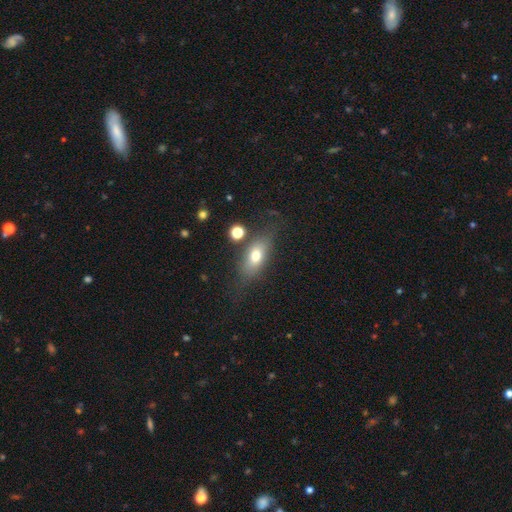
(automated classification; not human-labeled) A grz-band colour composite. It shows a smooth galaxy with no disk features (69%) that is in between round and cigar-shaped (76%). Merging: none (66%).